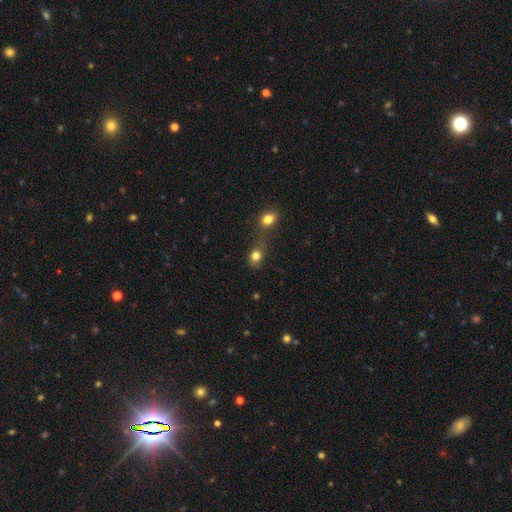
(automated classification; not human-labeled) Smooth or featured? smooth (80%)
How rounded? round (53%)
Merging? none (41%)